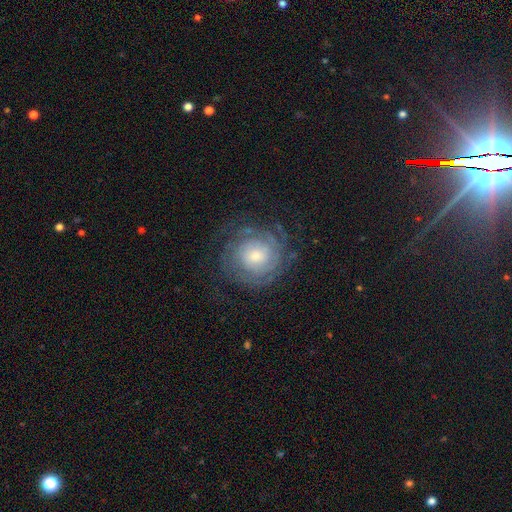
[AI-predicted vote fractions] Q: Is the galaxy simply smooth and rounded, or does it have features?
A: featured or disk — 73%.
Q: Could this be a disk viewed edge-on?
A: no — 97%.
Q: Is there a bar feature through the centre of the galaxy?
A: no — 74%.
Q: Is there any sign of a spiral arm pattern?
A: yes — 92%.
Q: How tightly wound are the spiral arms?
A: tight — 77%.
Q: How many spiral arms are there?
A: can't tell — 48%.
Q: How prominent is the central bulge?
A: moderate — 47%.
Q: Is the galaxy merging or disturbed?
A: none — 76%.